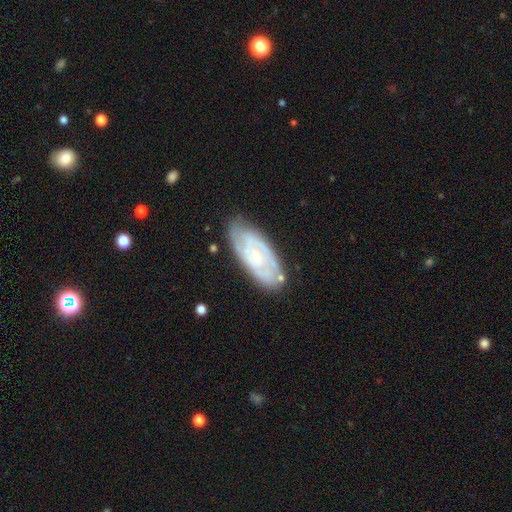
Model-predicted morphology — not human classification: Smooth or featured? Predicted: featured or disk (p=0.75). Edge-on disk? Predicted: no (p=0.92). Bar? Predicted: no (p=0.61). Spiral arms? Predicted: yes (p=0.90). Spiral winding? Predicted: tight (p=0.64). Spiral arm count? Predicted: can't tell (p=0.39). Bulge size? Predicted: small (p=0.68). Merging? Predicted: none (p=0.75).